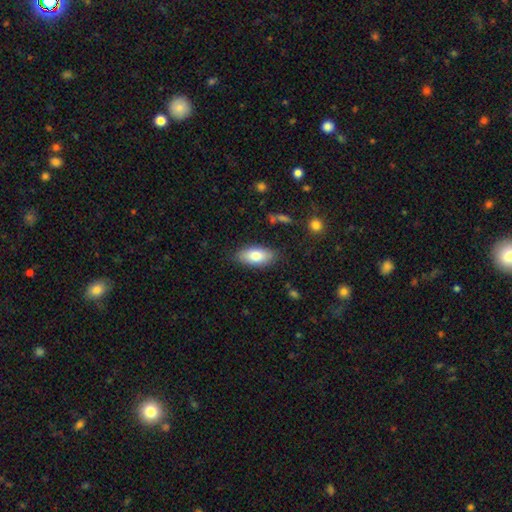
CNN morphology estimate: smooth-or-featured: smooth: 78% | featured or disk: 16% | star or artifact: 7%
  how-rounded: in between: 89% | cigar-shaped: 8% | round: 3%
  merging: none: 84% | minor disturbance: 12% | major disturbance: 3% | merger: 1%